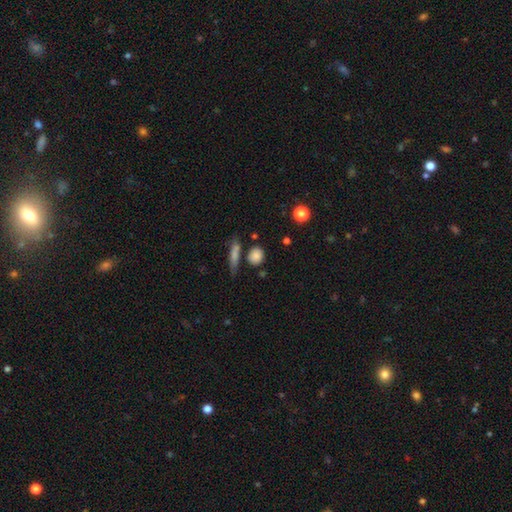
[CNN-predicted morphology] smooth-or-featured: smooth: 84% | star or artifact: 9% | featured or disk: 7%
  how-rounded: round: 70% | in between: 25% | cigar-shaped: 5%
  merging: none: 74% | minor disturbance: 12% | merger: 10% | major disturbance: 4%